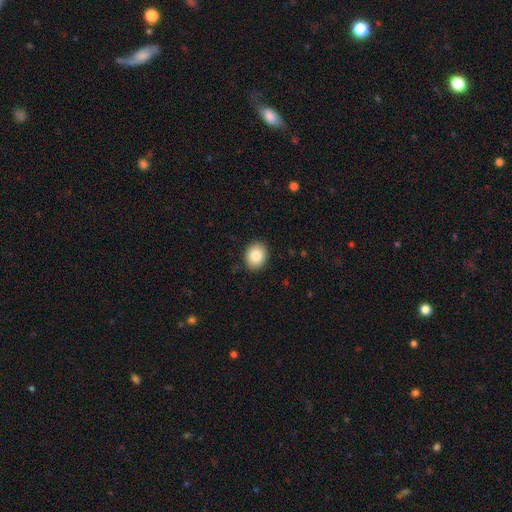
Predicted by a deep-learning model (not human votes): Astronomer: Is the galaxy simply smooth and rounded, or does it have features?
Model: smooth — 84%.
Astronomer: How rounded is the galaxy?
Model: in between — 50% (runner-up: round, 49%).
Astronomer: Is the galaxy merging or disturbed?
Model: none — 90%.